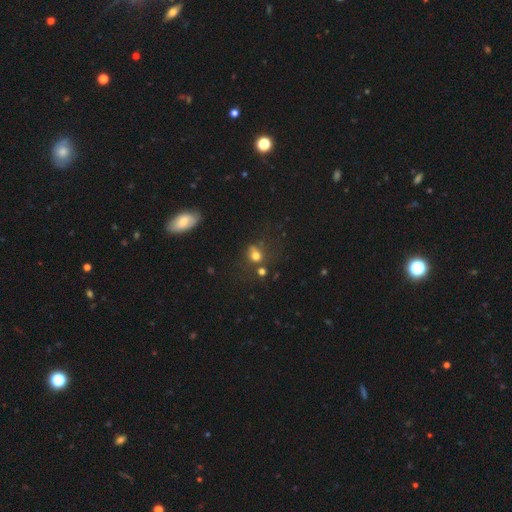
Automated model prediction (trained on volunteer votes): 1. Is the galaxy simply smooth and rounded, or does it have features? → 68% smooth, 18% star or artifact, 13% featured or disk.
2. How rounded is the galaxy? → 62% round, 36% in between, 2% cigar-shaped.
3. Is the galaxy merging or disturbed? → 50% none, 19% minor disturbance, 17% merger, 14% major disturbance.